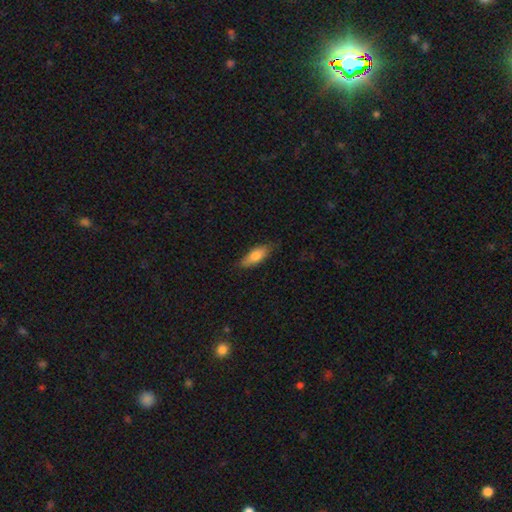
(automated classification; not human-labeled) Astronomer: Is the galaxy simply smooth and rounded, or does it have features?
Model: smooth — 73%.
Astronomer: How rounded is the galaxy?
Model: in between — 65%.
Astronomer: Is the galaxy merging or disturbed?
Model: none — 78%.